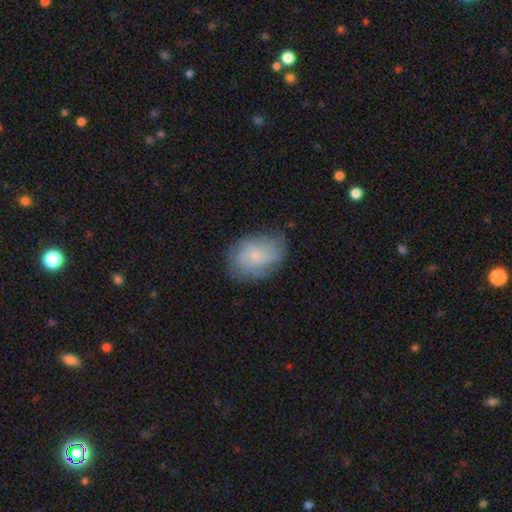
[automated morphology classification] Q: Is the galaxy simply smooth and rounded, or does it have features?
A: smooth — 60%.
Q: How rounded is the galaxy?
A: in between — 79%.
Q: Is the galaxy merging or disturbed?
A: none — 70%.